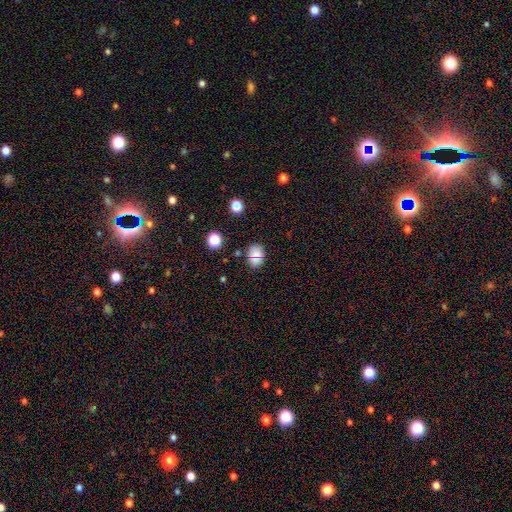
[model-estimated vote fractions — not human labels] Morphology: type=smooth (71%); roundness=in between (55%); merging=none (81%).